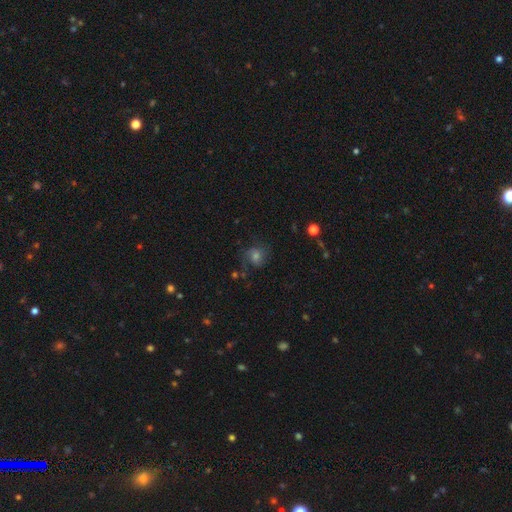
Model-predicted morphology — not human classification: type=featured or disk (44%); merging=none (67%).